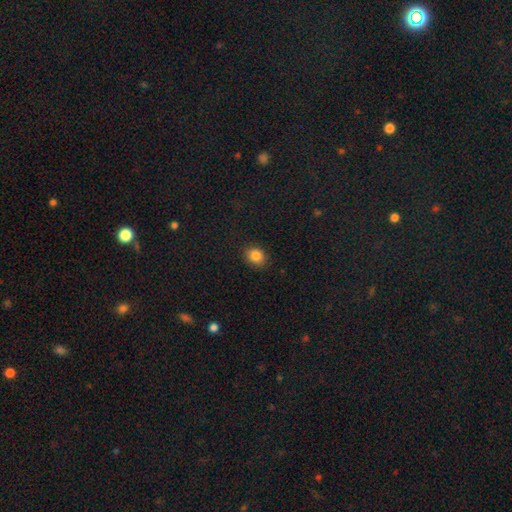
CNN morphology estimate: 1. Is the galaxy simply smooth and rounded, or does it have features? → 85% smooth, 10% star or artifact, 5% featured or disk.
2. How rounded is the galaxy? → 63% round, 36% in between, 1% cigar-shaped.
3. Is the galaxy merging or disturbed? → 88% none, 8% minor disturbance, 2% major disturbance, 1% merger.